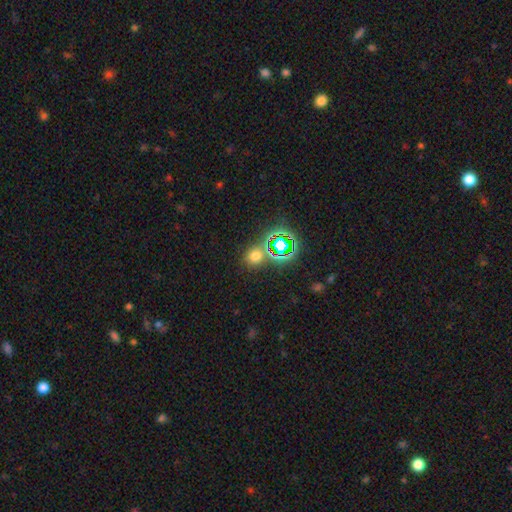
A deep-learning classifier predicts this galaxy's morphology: smooth 54%, star or artifact 38%, featured or disk 7%. Down the decision tree: how rounded — round (71%); merging — none (72%).